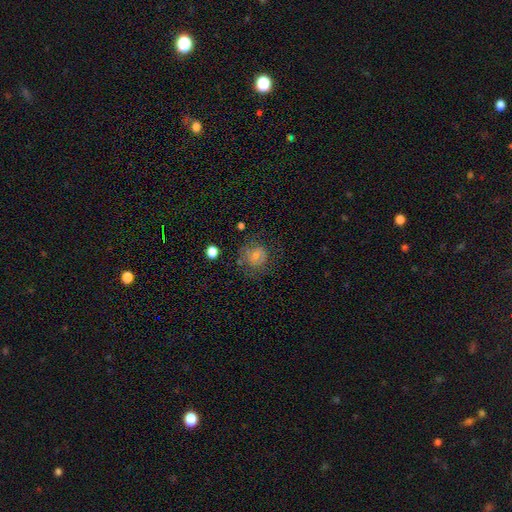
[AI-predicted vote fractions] Overall: smooth (46%; featured or disk 34%). Merging: none (68%).